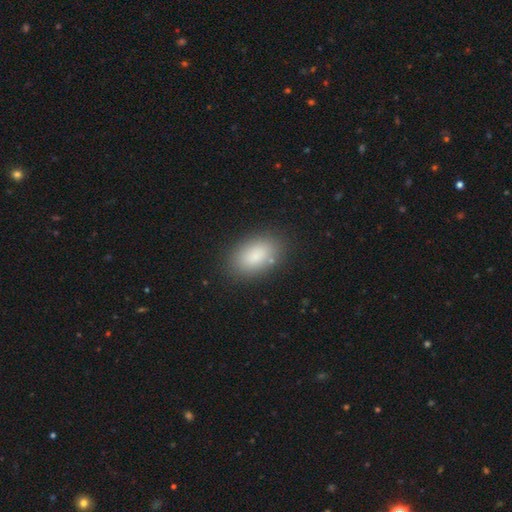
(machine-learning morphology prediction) This appears to be a smooth galaxy with no disk features (85%) that is in between round and cigar-shaped (91%). Merging: none (84%).